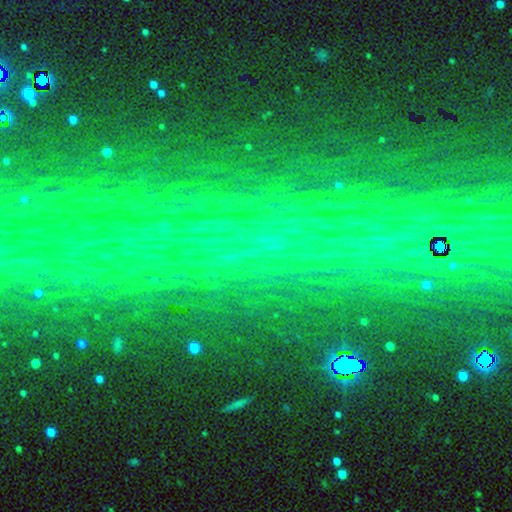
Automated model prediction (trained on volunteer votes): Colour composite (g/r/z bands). It shows a star or artifact, not a galaxy (81%).